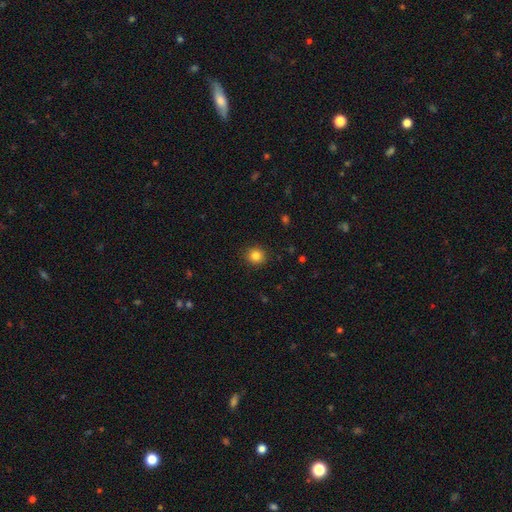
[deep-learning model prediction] Smooth or featured: smooth — 84% (star or artifact — 11%)
How rounded: round — 89% (in between — 10%)
Merging: none — 91% (minor disturbance — 6%)